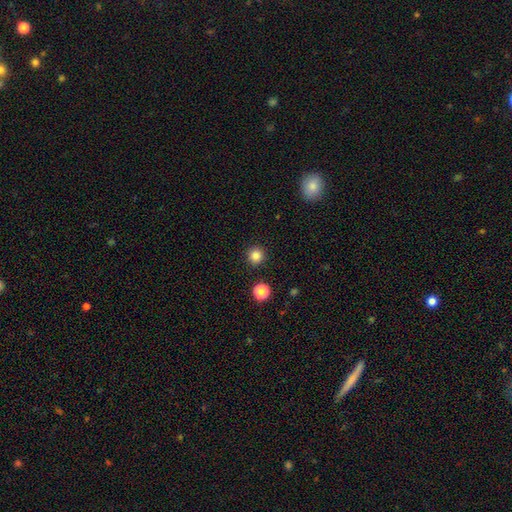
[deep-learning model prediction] Smooth or featured: smooth — 84% (star or artifact — 12%)
How rounded: round — 95% (in between — 4%)
Merging: none — 92% (minor disturbance — 5%)